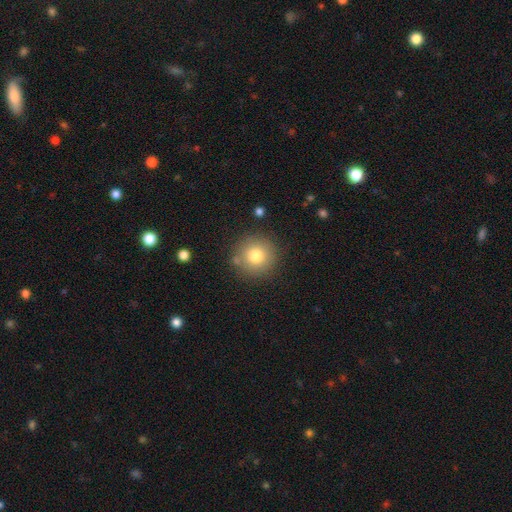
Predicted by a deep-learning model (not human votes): Q: Smooth or featured?
A: smooth (78%); runner-up: star or artifact (11%)
Q: How rounded?
A: round (95%); runner-up: in between (4%)
Q: Merging?
A: none (84%); runner-up: minor disturbance (9%)